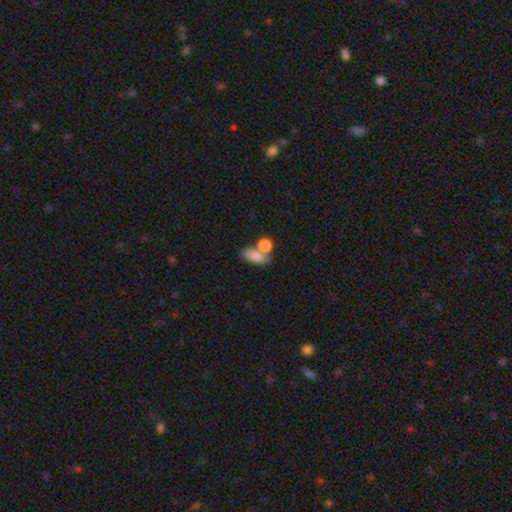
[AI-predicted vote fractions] The model was most divided on "merging": none: 43%, merger: 37%, minor disturbance: 13%, major disturbance: 6%. More confident: smooth or featured — smooth (81%); how rounded — in between (80%).